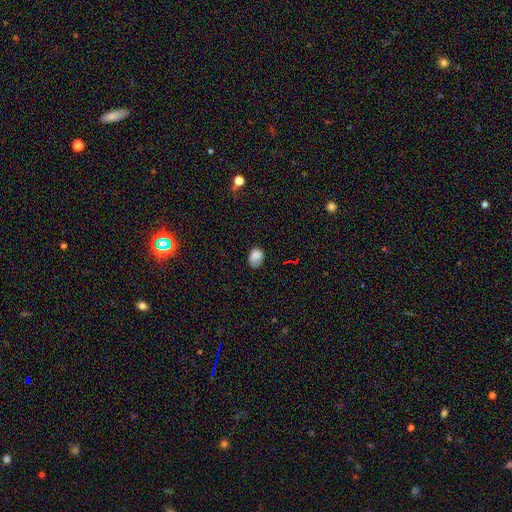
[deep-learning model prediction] smooth_or_featured: smooth (p=0.81) [alt: star or artifact p=0.11]
how_rounded: in between (p=0.63) [alt: round p=0.36]
merging: none (p=0.60) [alt: minor disturbance p=0.28]